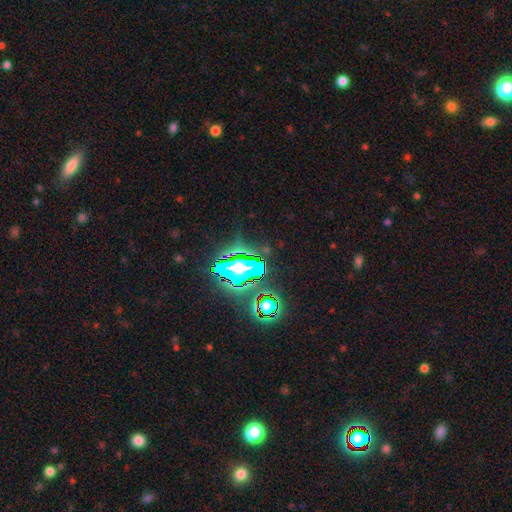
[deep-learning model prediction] This appears to be a star or artifact, not a galaxy (83%).